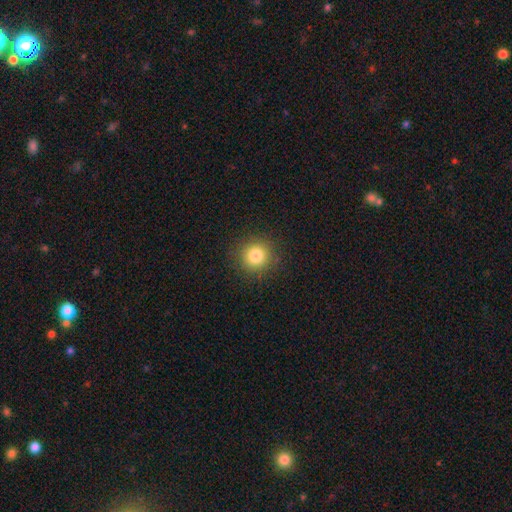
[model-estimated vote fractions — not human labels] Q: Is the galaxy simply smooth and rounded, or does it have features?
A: smooth — 82%.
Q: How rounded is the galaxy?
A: round — 92%.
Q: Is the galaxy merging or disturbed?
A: none — 89%.